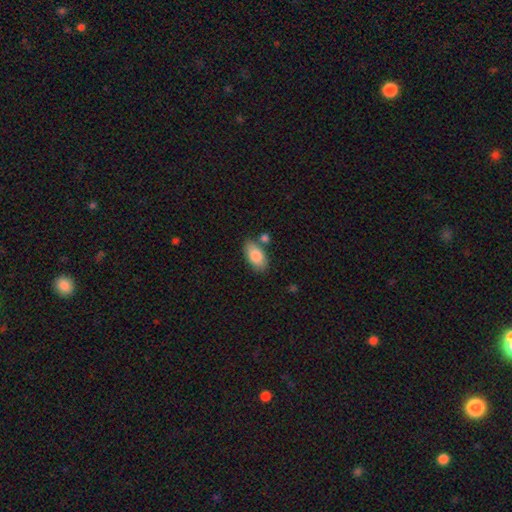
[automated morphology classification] A smooth galaxy with no disk features (84%) that is in between round and cigar-shaped (93%). Merging: none (72%).